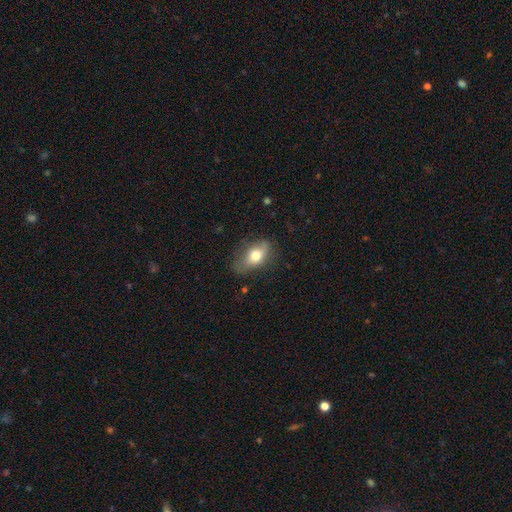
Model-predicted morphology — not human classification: Q: Smooth or featured?
A: smooth (68%); runner-up: featured or disk (24%)
Q: How rounded?
A: in between (82%); runner-up: round (11%)
Q: Merging?
A: none (66%); runner-up: minor disturbance (25%)